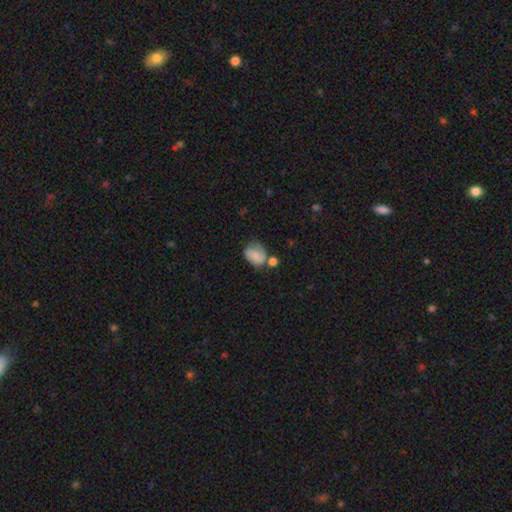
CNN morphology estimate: Smooth or featured?
  - smooth: 65% *
  - featured or disk: 26%
  - star or artifact: 10%
How rounded?
  - in between: 60% *
  - round: 39%
  - cigar-shaped: 1%
Merging?
  - none: 40% *
  - minor disturbance: 28%
  - merger: 18%
  - major disturbance: 14%